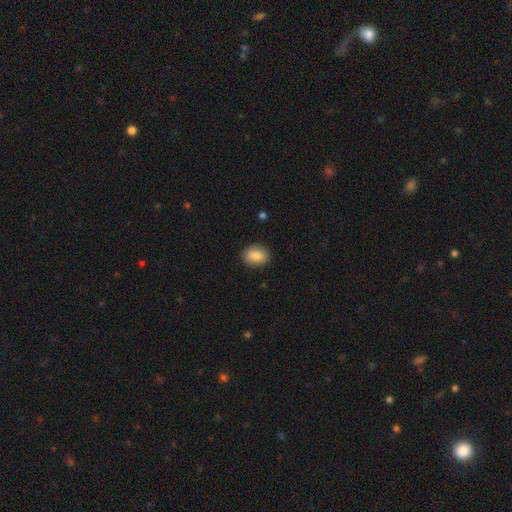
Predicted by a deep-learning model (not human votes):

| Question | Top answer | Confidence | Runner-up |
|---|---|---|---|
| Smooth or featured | smooth | 87% | star or artifact (8%) |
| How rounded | in between | 73% | round (26%) |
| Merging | none | 88% | minor disturbance (9%) |